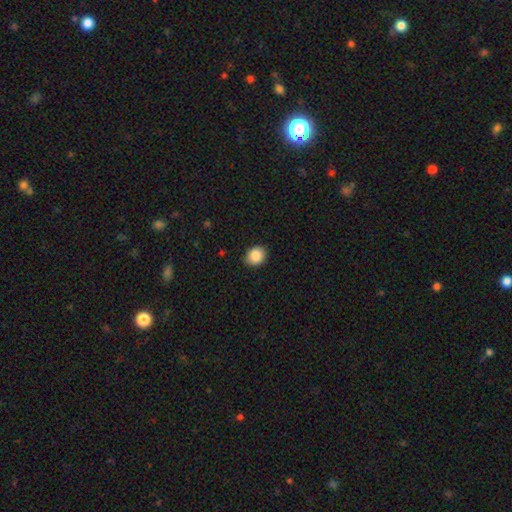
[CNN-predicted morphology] Smooth or featured?
  - smooth: 88% *
  - star or artifact: 8%
  - featured or disk: 4%
How rounded?
  - round: 61% *
  - in between: 38%
  - cigar-shaped: 1%
Merging?
  - none: 87% *
  - minor disturbance: 10%
  - major disturbance: 2%
  - merger: 1%